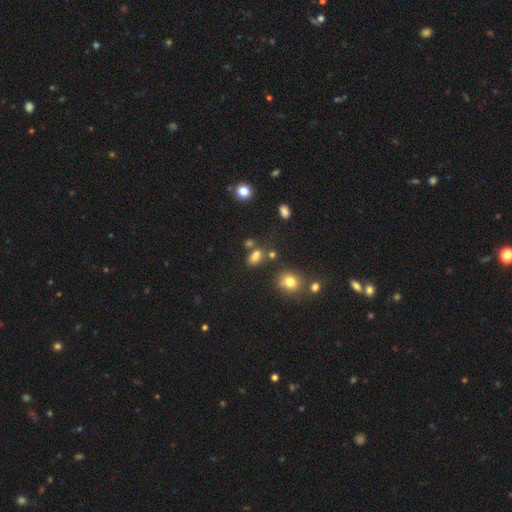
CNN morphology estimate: Q: Smooth or featured?
A: smooth (73%); runner-up: star or artifact (18%)
Q: How rounded?
A: in between (74%); runner-up: round (22%)
Q: Merging?
A: none (52%); runner-up: merger (28%)